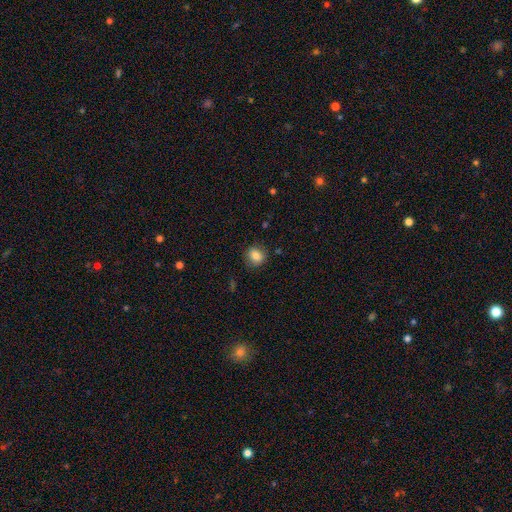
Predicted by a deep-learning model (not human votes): A smooth galaxy with no disk features (84%) that is round (75%).

Vote fractions:
- Smooth or featured? smooth: 84% / star or artifact: 10% / featured or disk: 7%
- How rounded? round: 75% / in between: 24% / cigar-shaped: 1%
- Merging? none: 85% / minor disturbance: 10% / major disturbance: 3% / merger: 1%